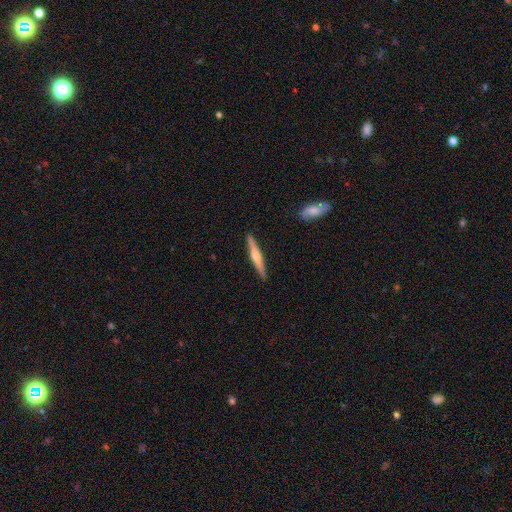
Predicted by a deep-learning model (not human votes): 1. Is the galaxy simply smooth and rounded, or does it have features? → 62% featured or disk, 33% smooth, 5% star or artifact.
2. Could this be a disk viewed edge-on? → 98% yes, 2% no.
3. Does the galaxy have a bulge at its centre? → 82% rounded, 10% none, 8% boxy.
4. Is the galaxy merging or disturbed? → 91% none, 7% minor disturbance, 1% merger, 1% major disturbance.